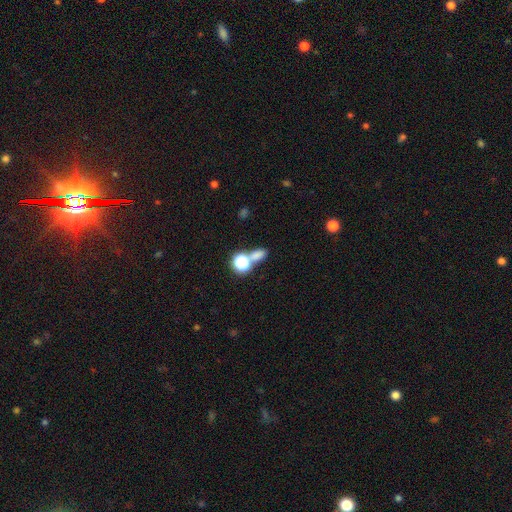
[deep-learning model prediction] Morphology: type=smooth (68%); roundness=in between (66%); merging=none (49%).